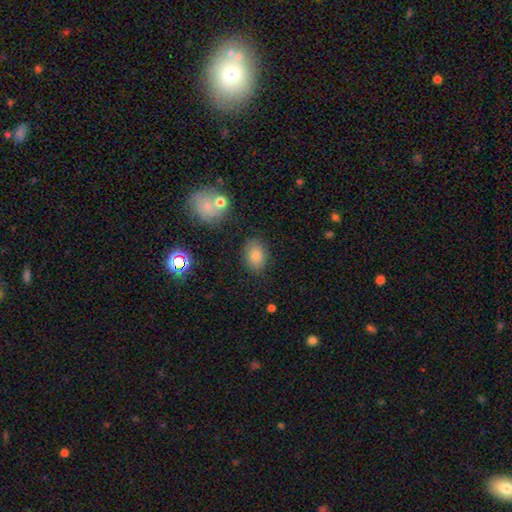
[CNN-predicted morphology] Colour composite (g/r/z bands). It shows a smooth galaxy with no disk features (76%) that is in between round and cigar-shaped (72%). Merging: none (83%).